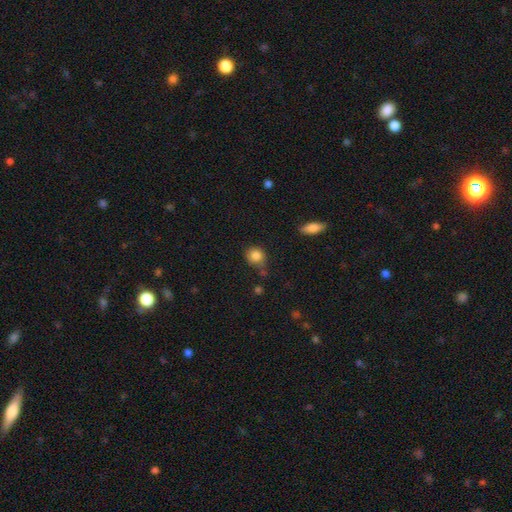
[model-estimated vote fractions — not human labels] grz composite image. It shows a smooth galaxy with no disk features (84%) that is round (80%). Merging: none (73%).